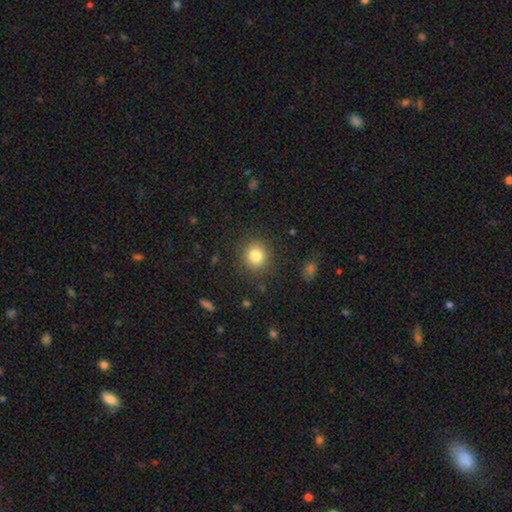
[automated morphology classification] smooth_or_featured: smooth (p=0.82) [alt: star or artifact p=0.11]
how_rounded: round (p=0.87) [alt: in between p=0.12]
merging: none (p=0.88) [alt: minor disturbance p=0.07]